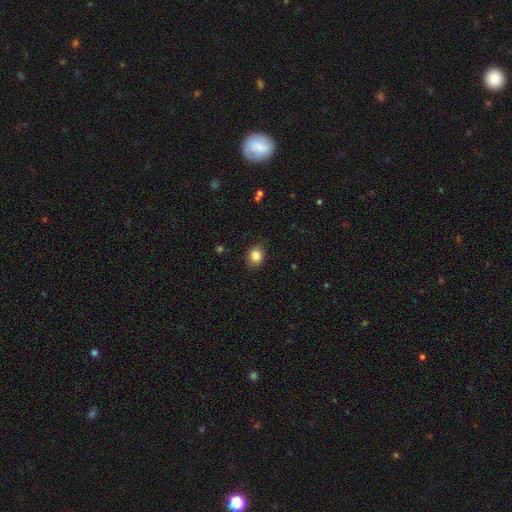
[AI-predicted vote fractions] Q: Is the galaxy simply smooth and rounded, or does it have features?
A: smooth — 84%.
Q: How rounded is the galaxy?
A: round — 67%.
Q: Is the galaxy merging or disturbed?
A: none — 85%.